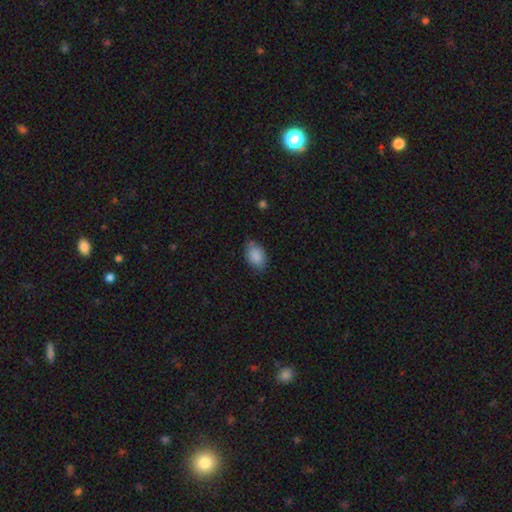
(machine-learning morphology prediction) Overall: smooth (87%). How rounded: in between (87%). Merging: none (71%).